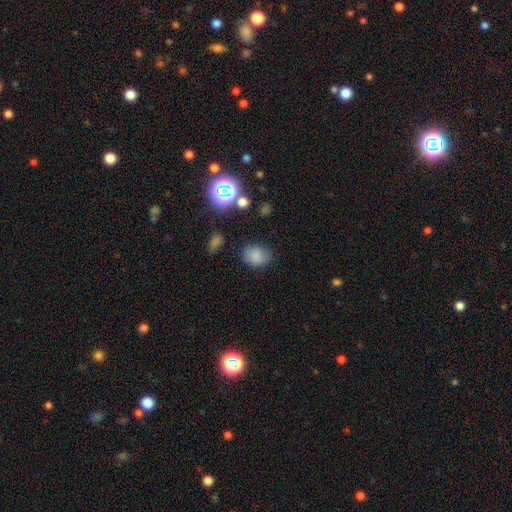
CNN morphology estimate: smooth 80%, star or artifact 14%, featured or disk 7%. Down the decision tree: how rounded — in between (57%); merging — none (76%).